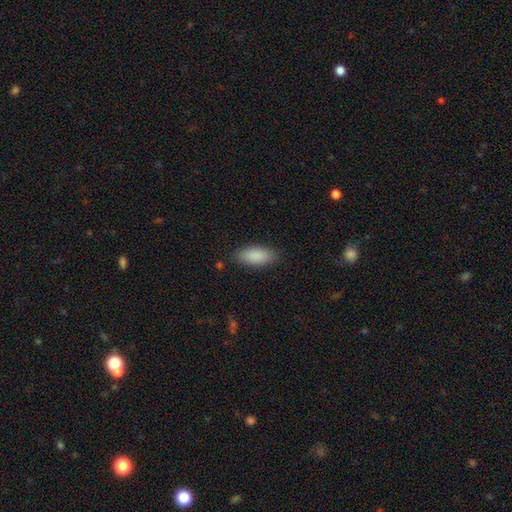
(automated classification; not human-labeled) Smooth or featured?
  - smooth: 89% *
  - star or artifact: 6%
  - featured or disk: 5%
How rounded?
  - in between: 84% *
  - cigar-shaped: 14%
  - round: 2%
Merging?
  - none: 85% *
  - minor disturbance: 11%
  - major disturbance: 3%
  - merger: 1%